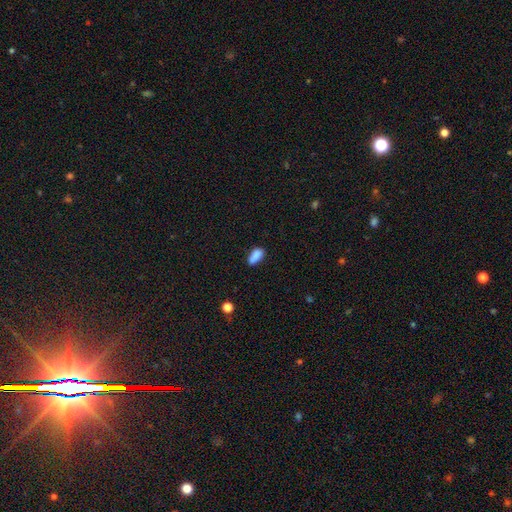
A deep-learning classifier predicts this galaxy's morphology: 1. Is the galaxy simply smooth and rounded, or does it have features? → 83% smooth, 9% star or artifact, 7% featured or disk.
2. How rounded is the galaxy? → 84% in between, 11% cigar-shaped, 5% round.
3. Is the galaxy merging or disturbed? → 55% none, 27% minor disturbance, 10% merger, 7% major disturbance.